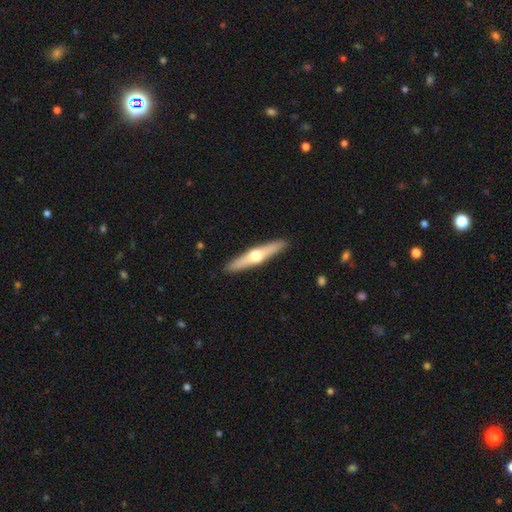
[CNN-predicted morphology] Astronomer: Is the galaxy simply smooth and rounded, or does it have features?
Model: featured or disk — 61%.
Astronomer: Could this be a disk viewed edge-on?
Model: yes — 96%.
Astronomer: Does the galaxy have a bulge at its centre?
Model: rounded — 95%.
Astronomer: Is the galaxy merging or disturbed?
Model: none — 91%.